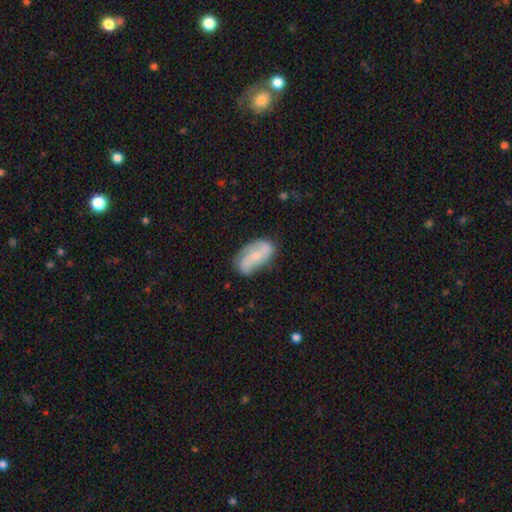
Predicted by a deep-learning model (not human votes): Overall: featured or disk (63%; smooth 30%). Edge-on disk: no (93%). Bar: no (50%; weak 31%). Spiral arms: yes (84%). Bulge size: small (60%; moderate 33%). Merging: none (67%).